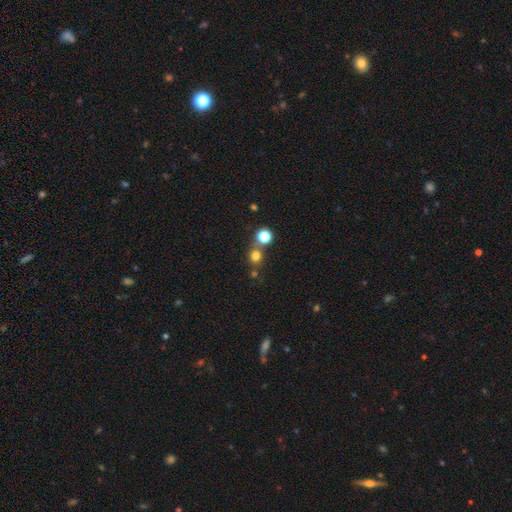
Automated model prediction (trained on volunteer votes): smooth 74%, star or artifact 19%, featured or disk 7%. Down the decision tree: how rounded — round (87%); merging — none (65%).